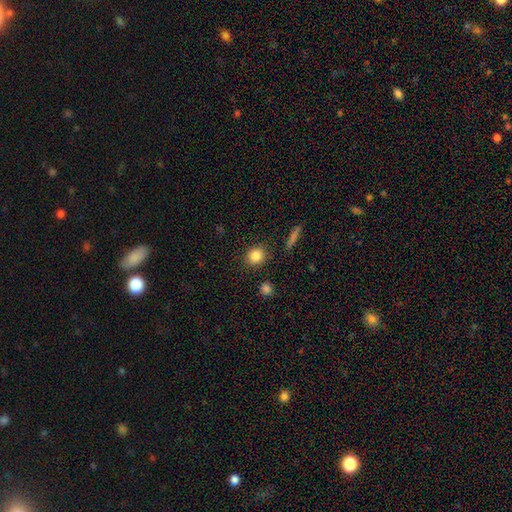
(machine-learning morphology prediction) The model was most divided on "how rounded": round: 79%, in between: 19%, cigar-shaped: 2%. More confident: merging — none (88%); smooth or featured — smooth (84%).